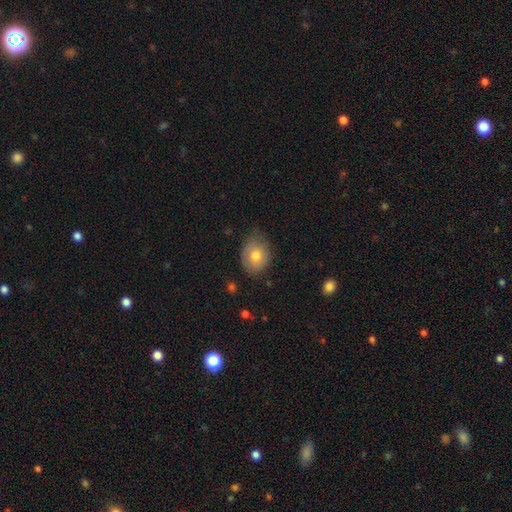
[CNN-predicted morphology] Q: Smooth or featured?
A: smooth (73%); runner-up: featured or disk (19%)
Q: How rounded?
A: in between (52%); runner-up: round (47%)
Q: Merging?
A: none (60%); runner-up: minor disturbance (32%)